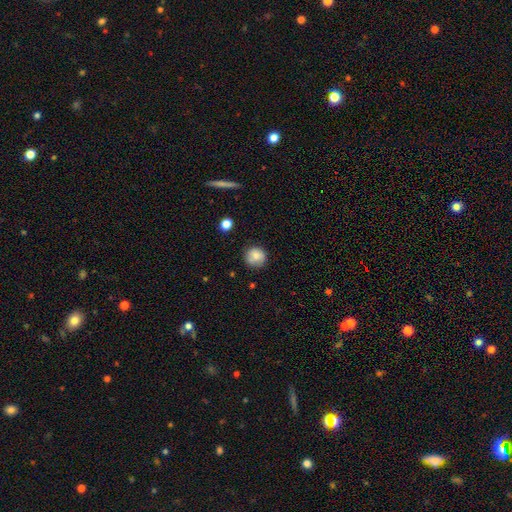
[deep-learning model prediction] smooth-or-featured: smooth: 76% | featured or disk: 15% | star or artifact: 9%
  how-rounded: round: 90% | in between: 9% | cigar-shaped: 1%
  merging: none: 76% | minor disturbance: 18% | major disturbance: 4% | merger: 2%